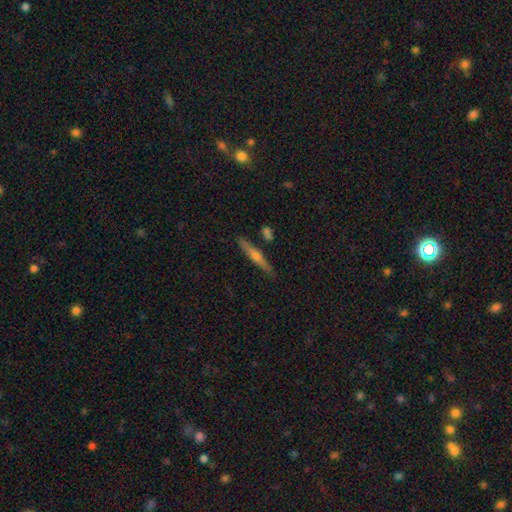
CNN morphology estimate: Smooth or featured? Predicted: featured or disk (p=0.62). Edge-on disk? Predicted: yes (p=0.96). Edge-on bulge? Predicted: rounded (p=0.85). Merging? Predicted: none (p=0.87).